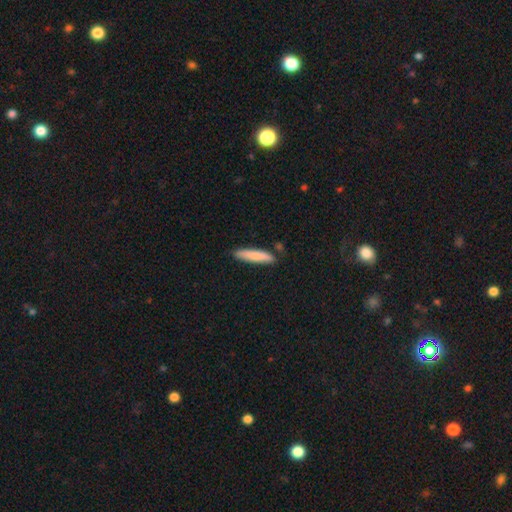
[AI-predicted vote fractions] Q: Smooth or featured?
A: smooth (80%); runner-up: featured or disk (15%)
Q: How rounded?
A: cigar-shaped (86%); runner-up: in between (12%)
Q: Merging?
A: none (84%); runner-up: minor disturbance (12%)